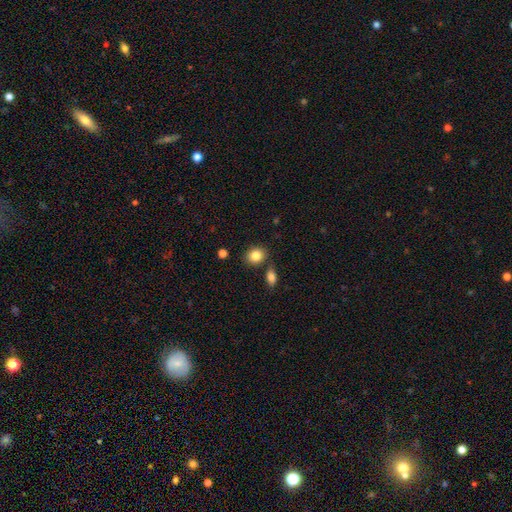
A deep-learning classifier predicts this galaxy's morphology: Smooth or featured? smooth (84%)
How rounded? round (54%)
Merging? none (76%)